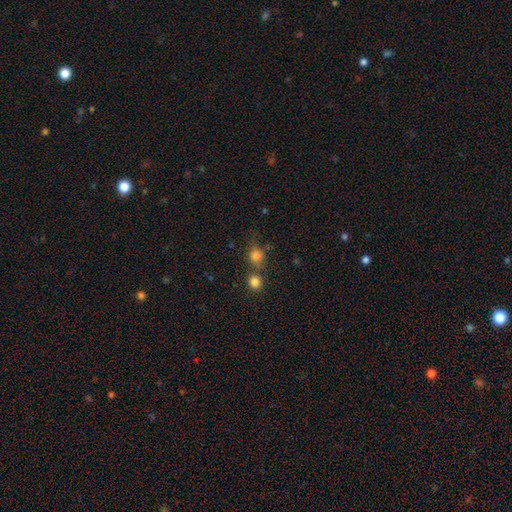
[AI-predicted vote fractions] Smooth or featured: smooth — 80% (star or artifact — 14%)
How rounded: round — 74% (in between — 24%)
Merging: none — 53% (merger — 26%)